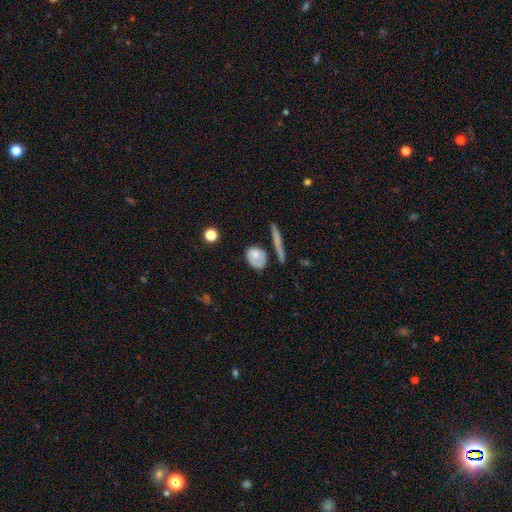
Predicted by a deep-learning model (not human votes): Morphology: type=smooth (71%); roundness=in between (50%); merging=none (57%).